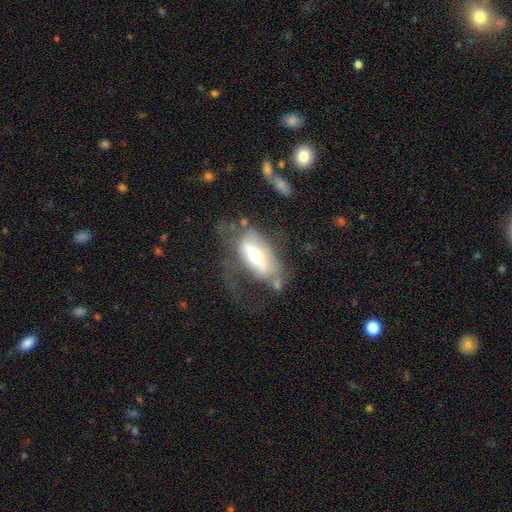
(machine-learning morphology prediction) This appears to be a featured or disk galaxy (50%). Merging: major disturbance (40%).